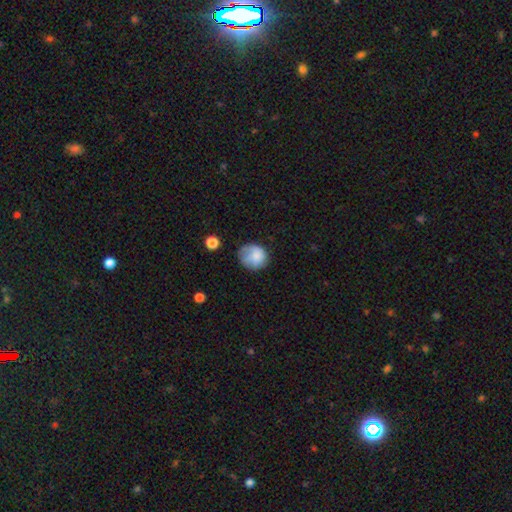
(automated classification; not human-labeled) smooth_or_featured: smooth (p=0.74) [alt: featured or disk p=0.18]
how_rounded: round (p=0.77) [alt: in between p=0.22]
merging: none (p=0.56) [alt: minor disturbance p=0.28]